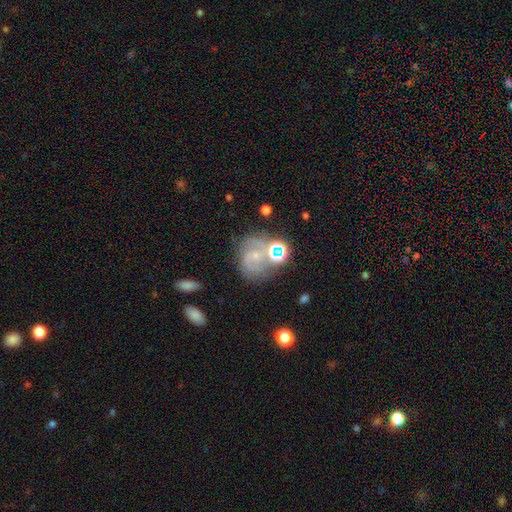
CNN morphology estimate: Smooth or featured: featured or disk — 70% (smooth — 15%)
Edge-on disk: no — 98% (yes — 2%)
Bar: no — 56% (weak — 35%)
Spiral arms: yes — 93% (no — 7%)
Spiral winding: medium — 49% (tight — 35%)
Spiral arm count: 2 — 67% (can't tell — 14%)
Bulge size: small — 70% (moderate — 22%)
Merging: none — 59% (minor disturbance — 18%)